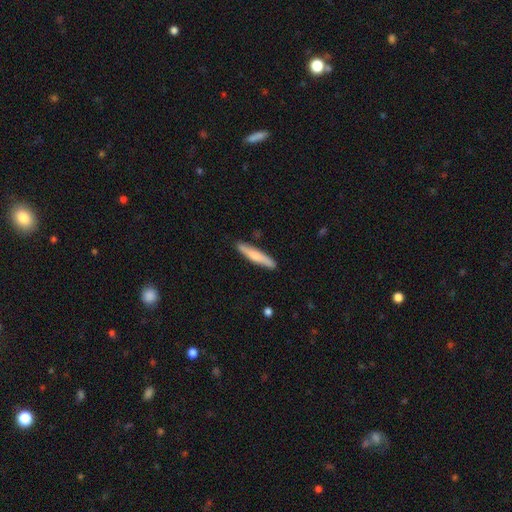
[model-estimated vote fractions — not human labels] Q: Smooth or featured?
A: smooth (65%); runner-up: featured or disk (30%)
Q: How rounded?
A: cigar-shaped (91%); runner-up: in between (8%)
Q: Merging?
A: none (88%); runner-up: minor disturbance (9%)